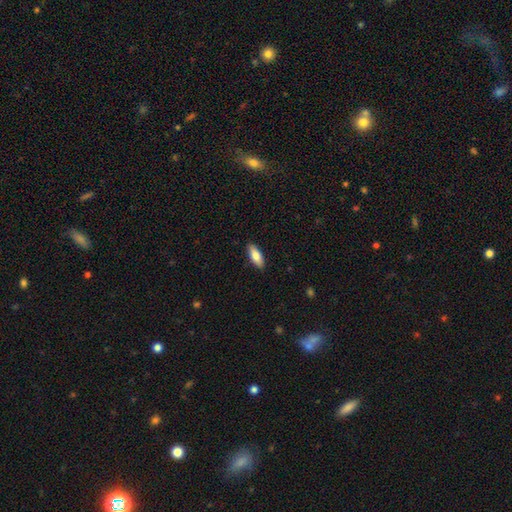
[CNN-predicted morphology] A smooth galaxy with no disk features (80%) that is in between round and cigar-shaped (72%). Merging: none (89%).